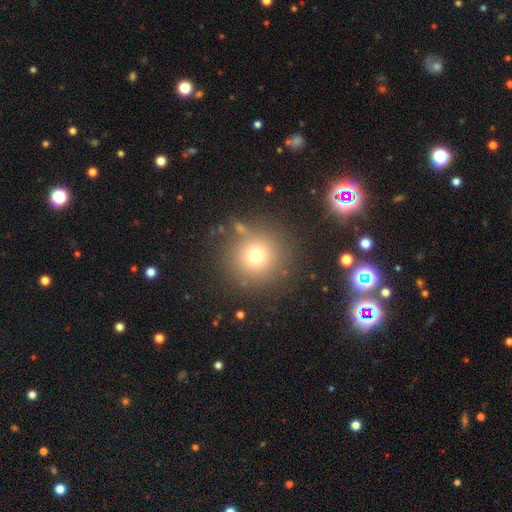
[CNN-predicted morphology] Smooth or featured? smooth (72%)
How rounded? round (95%)
Merging? none (82%)